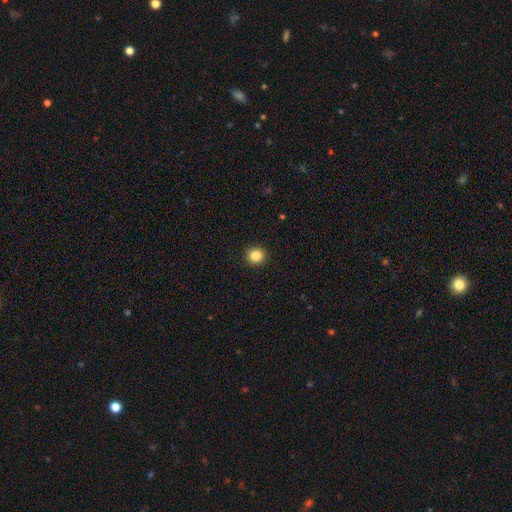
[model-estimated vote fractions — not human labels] A smooth galaxy with no disk features (86%) that is round (91%). Merging: none (93%).